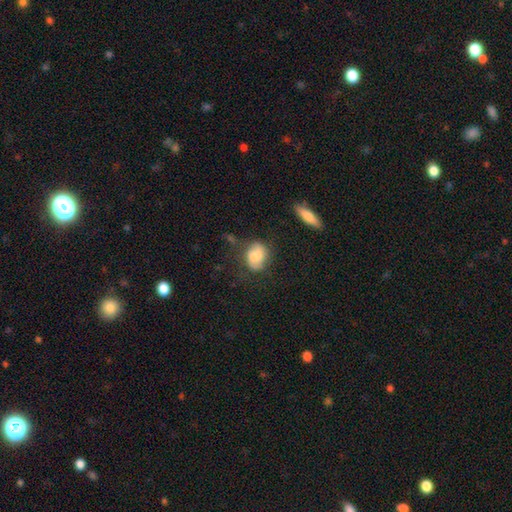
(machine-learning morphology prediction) A smooth galaxy with no disk features (65%) that is in between round and cigar-shaped (60%). Merging: none (51%).